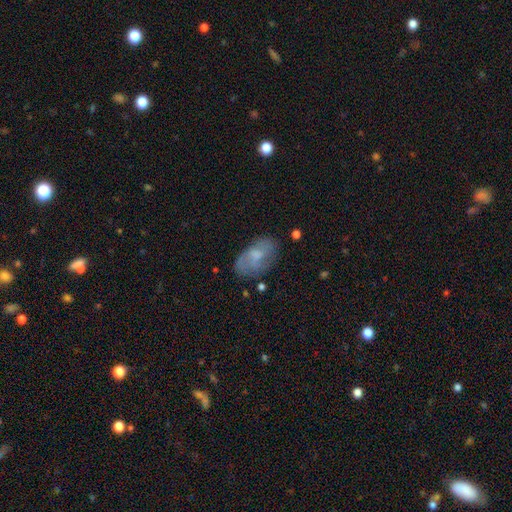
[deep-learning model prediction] This is possibly a smooth galaxy (56%). How rounded: clearly in between (92%). Merging: likely none (62%).